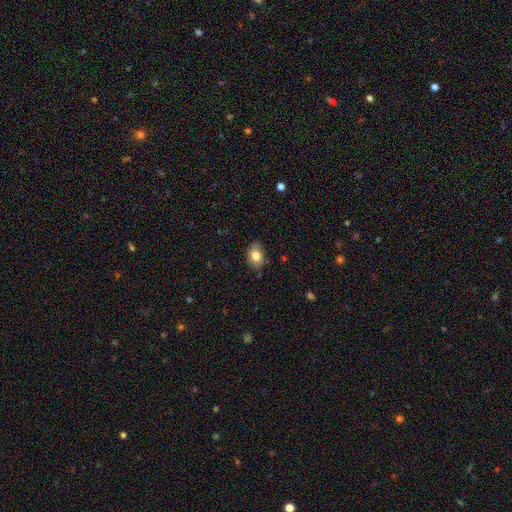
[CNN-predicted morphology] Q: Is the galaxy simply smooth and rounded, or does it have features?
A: smooth — 83%.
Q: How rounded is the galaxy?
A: in between — 70%.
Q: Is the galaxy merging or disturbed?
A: none — 79%.